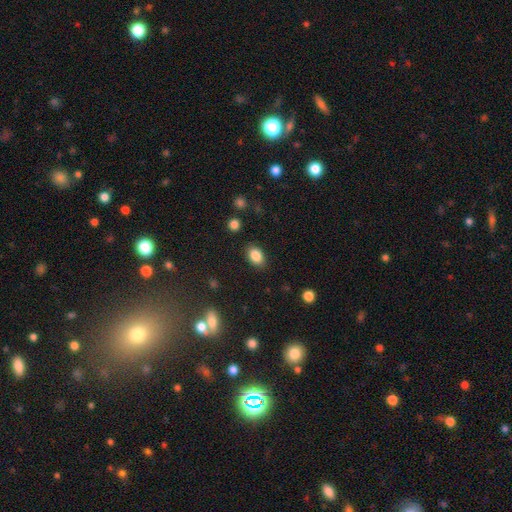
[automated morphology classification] A smooth galaxy with no disk features (86%) that is in between round and cigar-shaped (85%). Merging: none (86%).